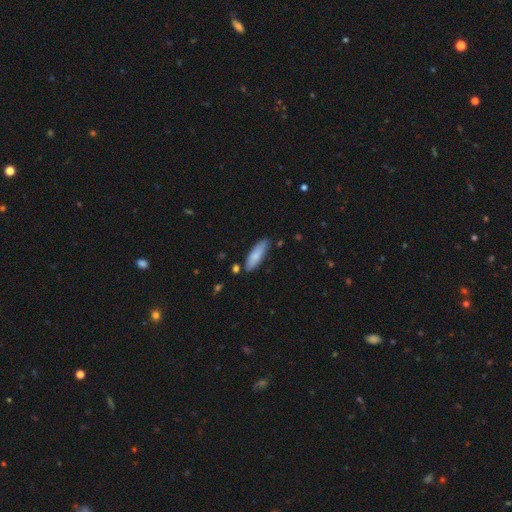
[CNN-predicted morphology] smooth-or-featured: smooth: 81% | featured or disk: 13% | star or artifact: 6%
  how-rounded: cigar-shaped: 58% | in between: 41% | round: 2%
  merging: none: 78% | minor disturbance: 15% | merger: 3% | major disturbance: 3%